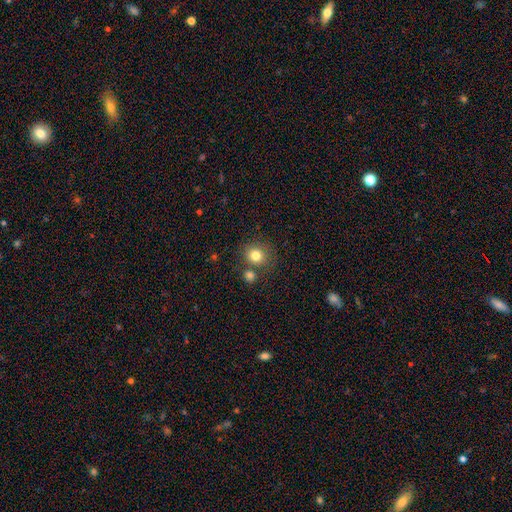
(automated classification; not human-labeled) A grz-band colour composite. It shows a smooth galaxy with no disk features (80%) that is round (83%). Merging: none (70%).